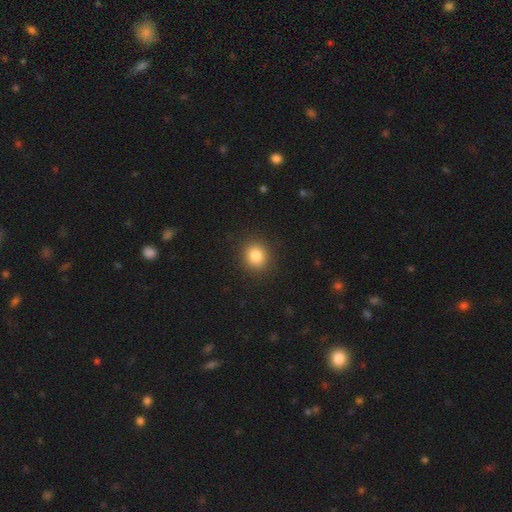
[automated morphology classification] Q: Smooth or featured?
A: smooth (84%); runner-up: star or artifact (11%)
Q: How rounded?
A: round (83%); runner-up: in between (17%)
Q: Merging?
A: none (91%); runner-up: minor disturbance (6%)